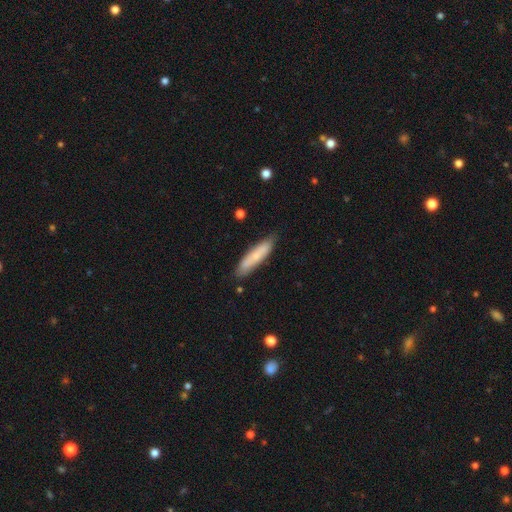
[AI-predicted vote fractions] Q: Smooth or featured?
A: smooth (69%); runner-up: featured or disk (26%)
Q: How rounded?
A: cigar-shaped (81%); runner-up: in between (18%)
Q: Merging?
A: none (81%); runner-up: minor disturbance (15%)